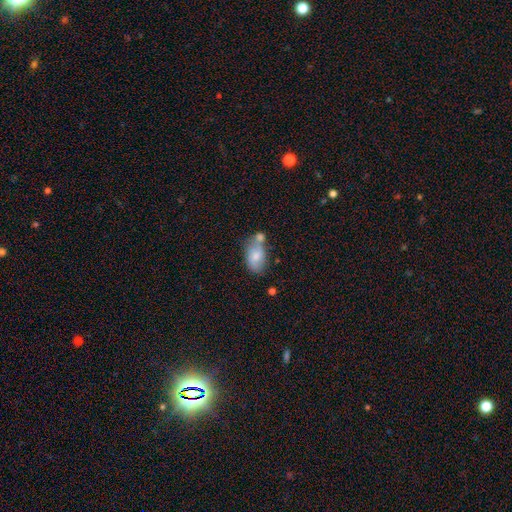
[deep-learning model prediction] Smooth or featured?
  - smooth: 69% *
  - featured or disk: 24%
  - star or artifact: 8%
How rounded?
  - in between: 90% *
  - round: 8%
  - cigar-shaped: 2%
Merging?
  - none: 40% *
  - merger: 32%
  - minor disturbance: 20%
  - major disturbance: 8%